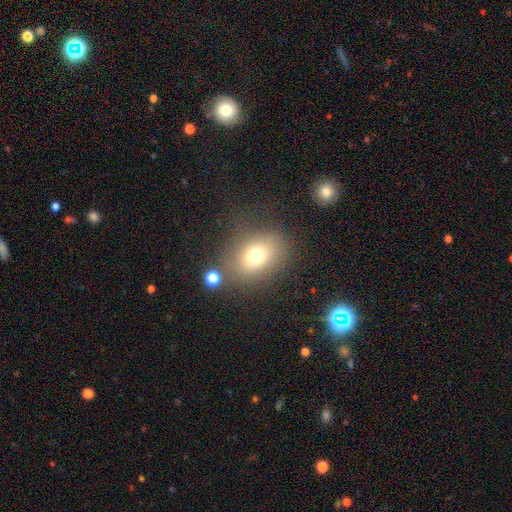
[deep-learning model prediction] smooth_or_featured: smooth (p=0.72) [alt: star or artifact p=0.14]
how_rounded: in between (p=0.55) [alt: round p=0.44]
merging: none (p=0.72) [alt: minor disturbance p=0.14]